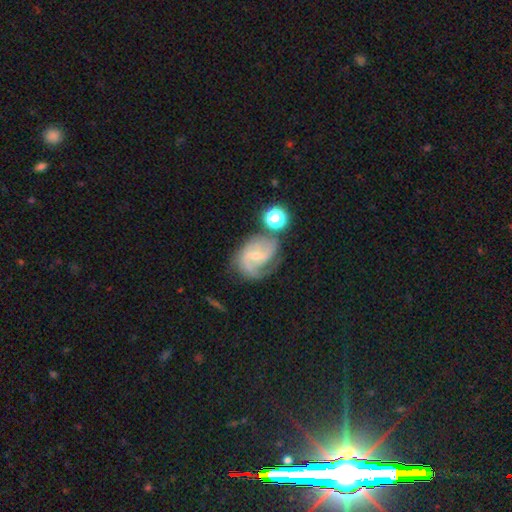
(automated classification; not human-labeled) Smooth or featured? Predicted: featured or disk (p=0.80). Edge-on disk? Predicted: no (p=0.97). Bar? Predicted: weak (p=0.53). Spiral arms? Predicted: yes (p=0.94). Spiral winding? Predicted: medium (p=0.49). Spiral arm count? Predicted: 2 (p=0.58). Bulge size? Predicted: small (p=0.66). Merging? Predicted: none (p=0.53).